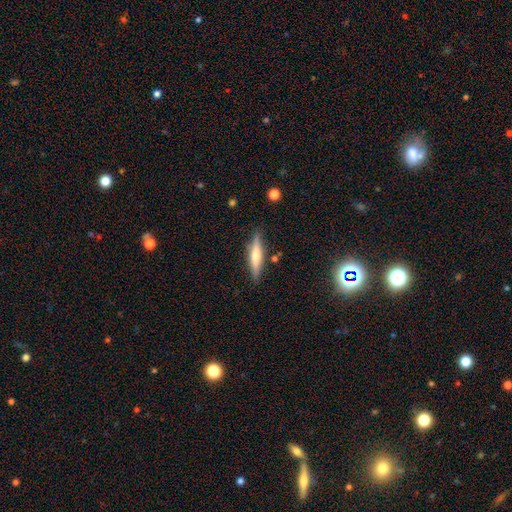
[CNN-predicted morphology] smooth 49%, featured or disk 44%, star or artifact 6%. Down the decision tree: merging — none (85%).